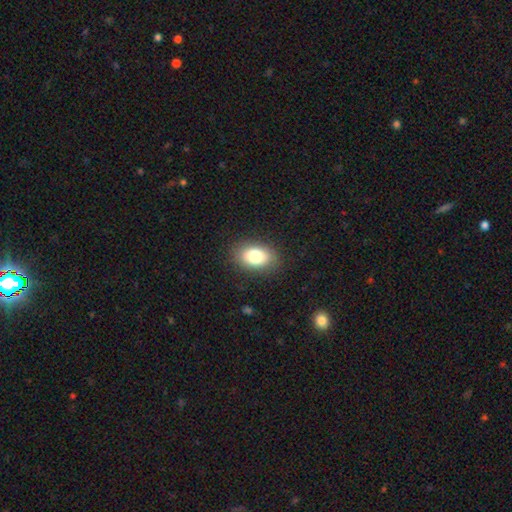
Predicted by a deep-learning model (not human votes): smooth-or-featured: smooth: 80% | featured or disk: 11% | star or artifact: 8%
  how-rounded: in between: 86% | round: 12% | cigar-shaped: 1%
  merging: none: 87% | minor disturbance: 10% | major disturbance: 3% | merger: 1%